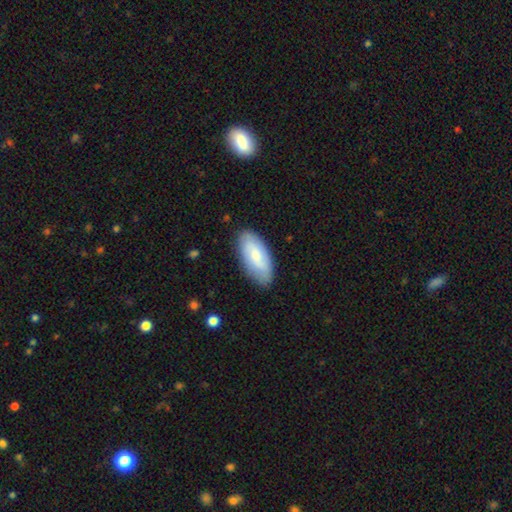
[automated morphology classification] smooth_or_featured: smooth (p=0.68) [alt: featured or disk p=0.26]
how_rounded: in between (p=0.89) [alt: cigar-shaped p=0.09]
merging: none (p=0.82) [alt: minor disturbance p=0.14]